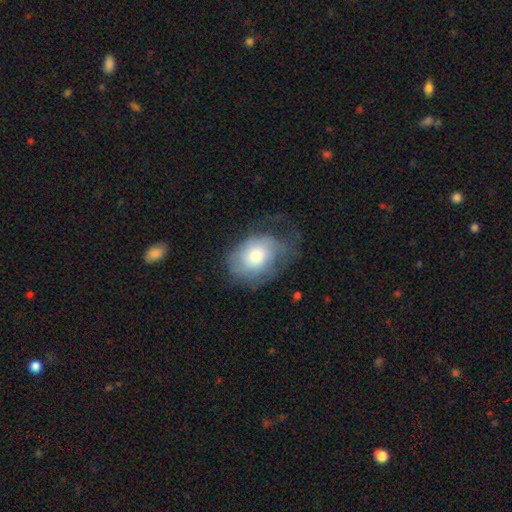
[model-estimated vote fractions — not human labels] Overall: smooth (55%; featured or disk 38%). How rounded: in between (63%; round 36%). Merging: none (40%; minor disturbance 30%).